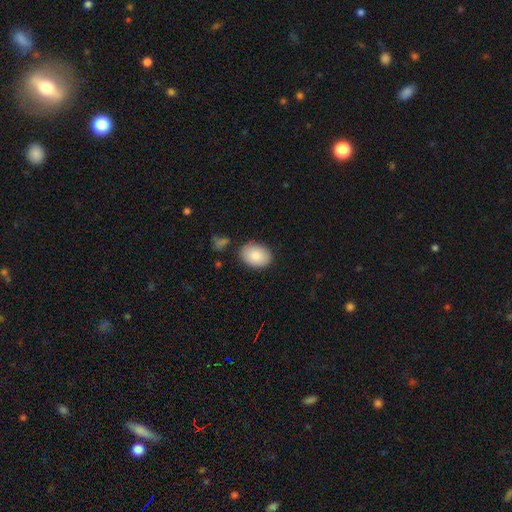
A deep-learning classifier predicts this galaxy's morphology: A smooth galaxy with no disk features (87%) that is in between round and cigar-shaped (78%). Merging: none (81%).